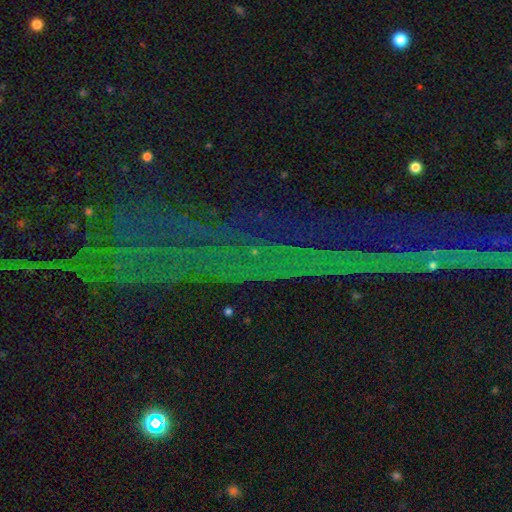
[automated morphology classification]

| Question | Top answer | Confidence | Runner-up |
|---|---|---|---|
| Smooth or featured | star or artifact | 81% | featured or disk (10%) |